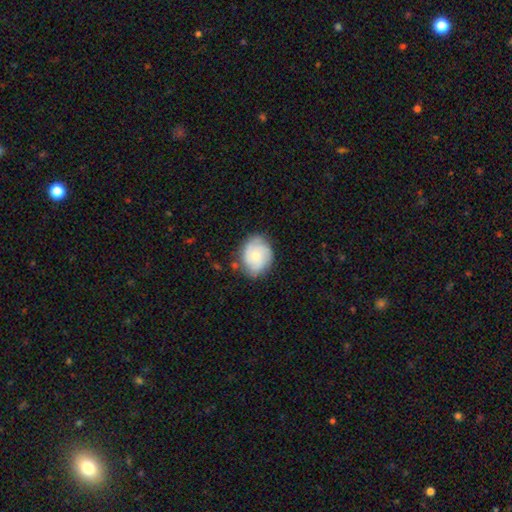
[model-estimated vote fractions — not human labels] Overall: featured or disk (51%; smooth 42%). Edge-on disk: no (97%). Merging: none (73%).